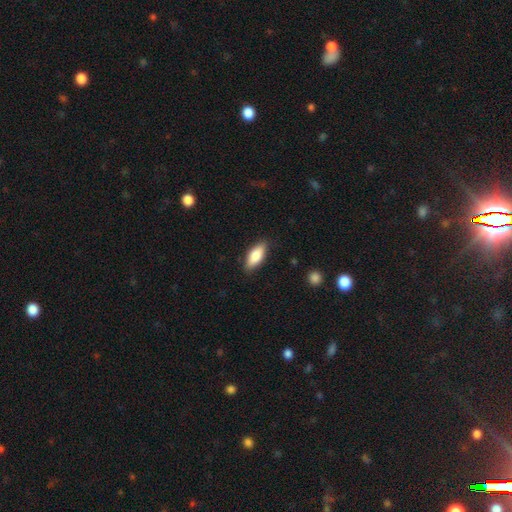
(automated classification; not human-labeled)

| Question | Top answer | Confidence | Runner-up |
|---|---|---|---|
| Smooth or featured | smooth | 82% | featured or disk (12%) |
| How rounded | in between | 79% | cigar-shaped (18%) |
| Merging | none | 86% | minor disturbance (11%) |